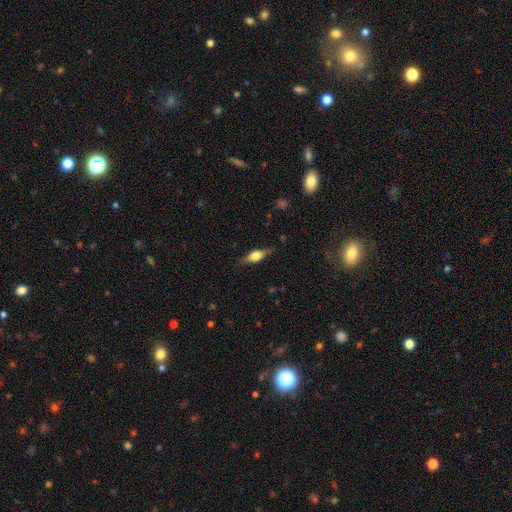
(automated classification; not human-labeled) Q: Smooth or featured?
A: featured or disk (62%); runner-up: smooth (31%)
Q: Edge-on disk?
A: yes (95%); runner-up: no (5%)
Q: Edge-on bulge?
A: rounded (90%); runner-up: boxy (8%)
Q: Merging?
A: none (83%); runner-up: minor disturbance (12%)